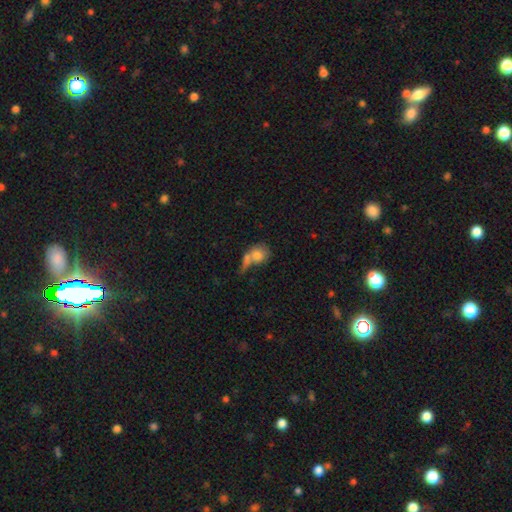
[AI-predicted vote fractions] smooth_or_featured: smooth (p=0.73) [alt: featured or disk p=0.18]
how_rounded: round (p=0.54) [alt: in between p=0.43]
merging: merger (p=0.50) [alt: none p=0.26]